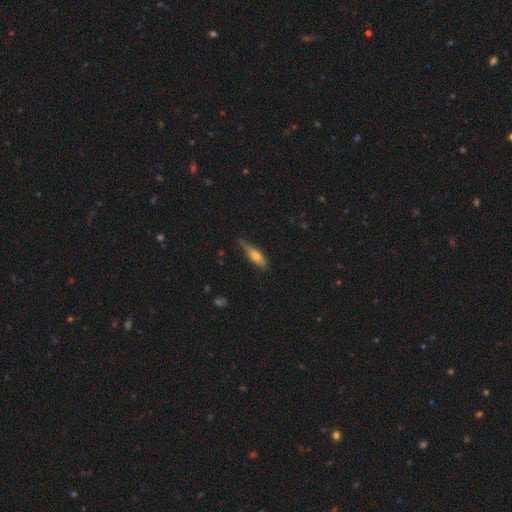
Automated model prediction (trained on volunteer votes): Q: Smooth or featured?
A: smooth (60%); runner-up: featured or disk (34%)
Q: How rounded?
A: cigar-shaped (69%); runner-up: in between (28%)
Q: Merging?
A: none (65%); runner-up: minor disturbance (28%)